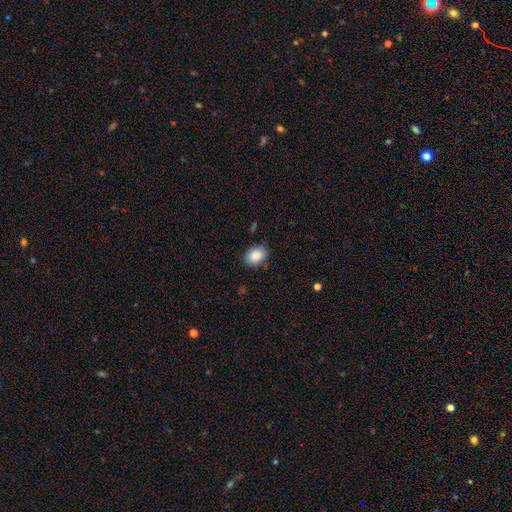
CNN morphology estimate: Overall: smooth (87%). How rounded: in between (69%; round 30%). Merging: none (83%).